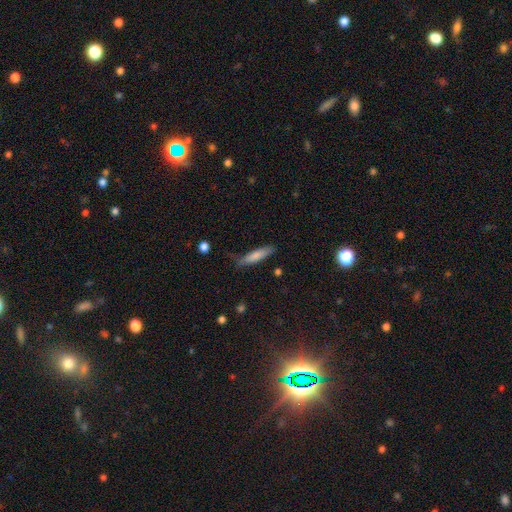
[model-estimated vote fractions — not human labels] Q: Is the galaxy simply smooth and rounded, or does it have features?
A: smooth — 77%.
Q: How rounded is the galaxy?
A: cigar-shaped — 79%.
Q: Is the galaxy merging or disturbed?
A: none — 72%.